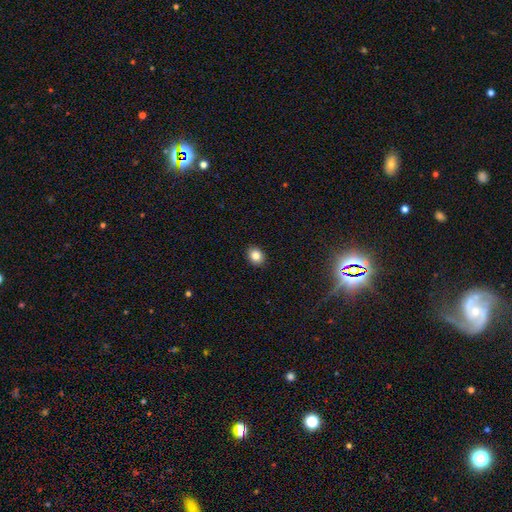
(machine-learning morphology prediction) Smooth or featured?
  - smooth: 85% *
  - star or artifact: 10%
  - featured or disk: 5%
How rounded?
  - round: 55% *
  - in between: 44%
  - cigar-shaped: 1%
Merging?
  - none: 91% *
  - minor disturbance: 6%
  - major disturbance: 2%
  - merger: 1%